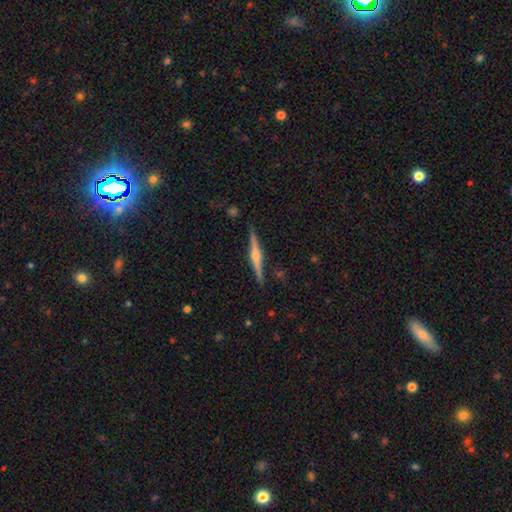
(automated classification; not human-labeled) Smooth or featured: featured or disk — 81% (smooth — 14%)
Edge-on disk: yes — 98% (no — 2%)
Edge-on bulge: rounded — 92% (boxy — 4%)
Merging: none — 89% (minor disturbance — 8%)